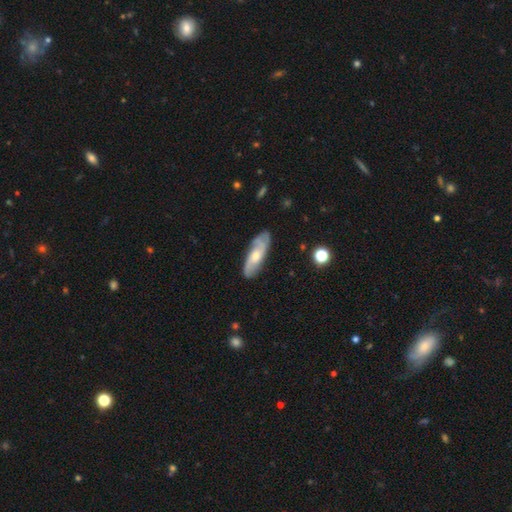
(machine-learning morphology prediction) The model was most divided on "smooth or featured": featured or disk: 60%, smooth: 34%, star or artifact: 6%. More confident: edge-on disk — no (82%); merging — none (77%).